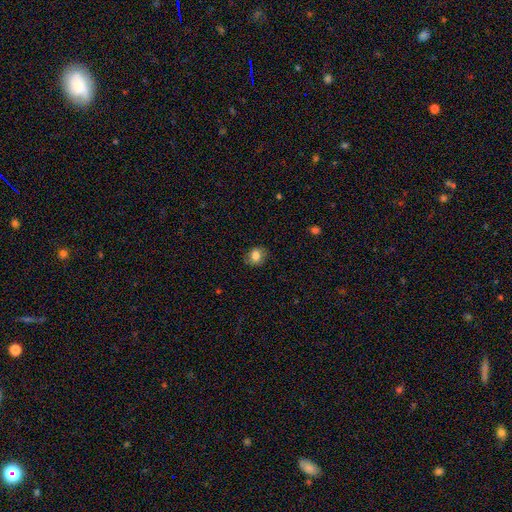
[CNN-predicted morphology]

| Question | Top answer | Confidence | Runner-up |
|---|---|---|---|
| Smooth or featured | smooth | 78% | featured or disk (13%) |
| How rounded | round | 55% | in between (44%) |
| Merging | none | 79% | minor disturbance (15%) |